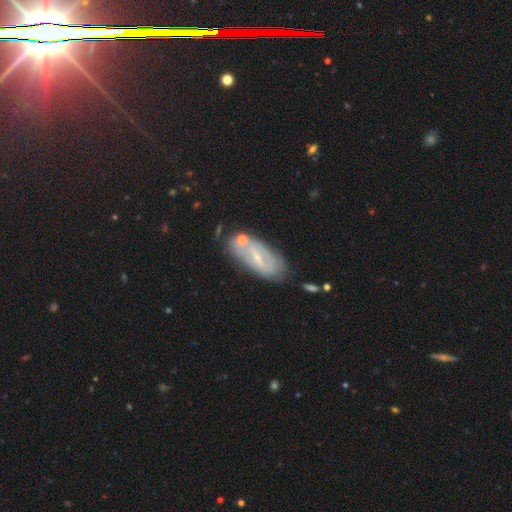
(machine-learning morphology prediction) smooth_or_featured: featured or disk (p=0.59) [alt: smooth p=0.27]
disk_edge_on: no (p=0.84) [alt: yes p=0.16]
merging: none (p=0.68) [alt: minor disturbance p=0.18]